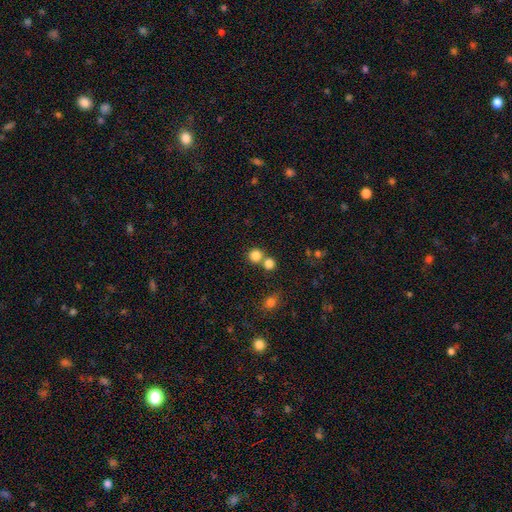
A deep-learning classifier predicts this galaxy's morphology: Smooth or featured: smooth — 82% (star or artifact — 12%)
How rounded: round — 89% (in between — 11%)
Merging: none — 57% (merger — 33%)